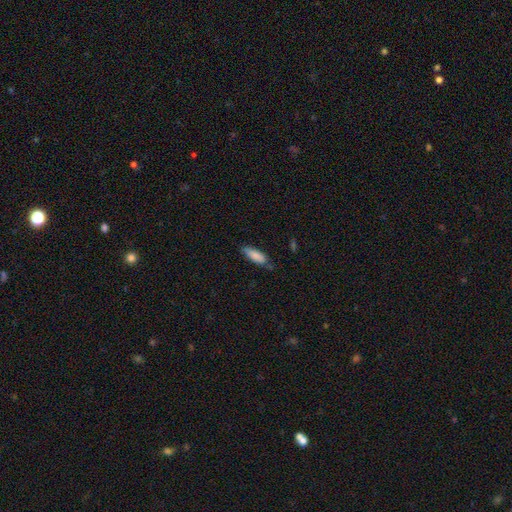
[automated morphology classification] This appears to be a smooth galaxy with no disk features (86%) that is in between round and cigar-shaped (58%). Merging: none (71%).